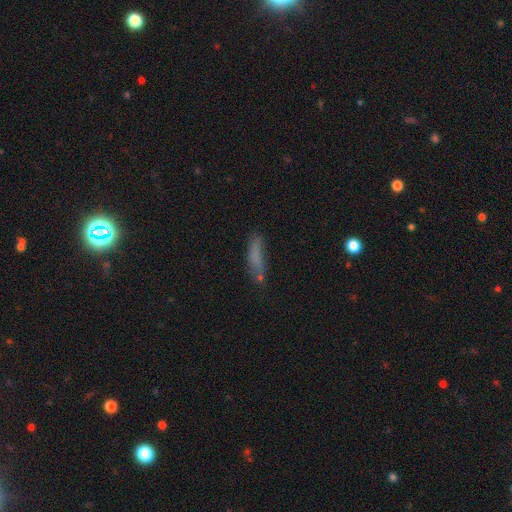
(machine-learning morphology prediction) Smooth or featured: smooth — 70% (featured or disk — 18%)
How rounded: cigar-shaped — 63% (in between — 34%)
Merging: none — 52% (minor disturbance — 26%)